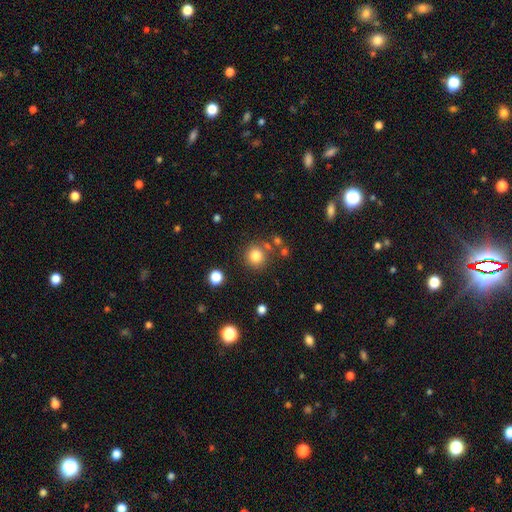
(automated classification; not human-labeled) The model was most divided on "smooth or featured": smooth: 82%, star or artifact: 12%, featured or disk: 7%. More confident: how rounded — round (91%); merging — none (79%).